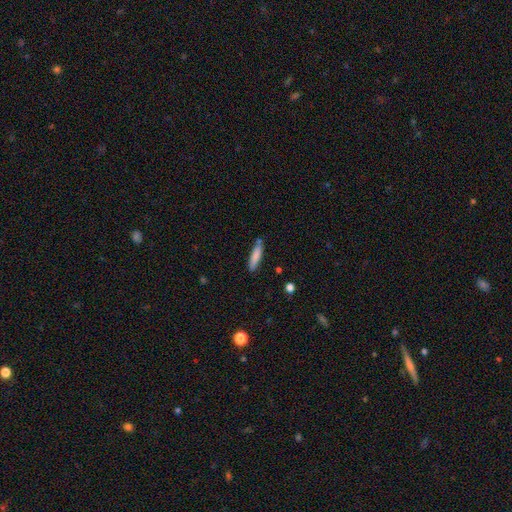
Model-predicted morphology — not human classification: Smooth or featured?
  - smooth: 80% *
  - featured or disk: 13%
  - star or artifact: 6%
How rounded?
  - cigar-shaped: 84% *
  - in between: 15%
  - round: 1%
Merging?
  - none: 78% *
  - minor disturbance: 15%
  - merger: 4%
  - major disturbance: 3%